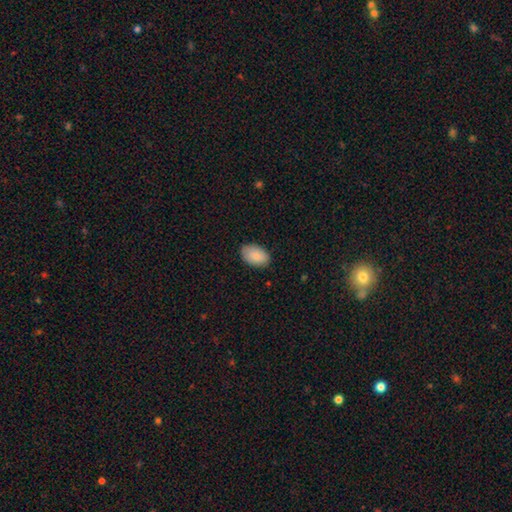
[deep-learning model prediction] A smooth galaxy with no disk features (89%) that is in between round and cigar-shaped (92%). Merging: none (83%).